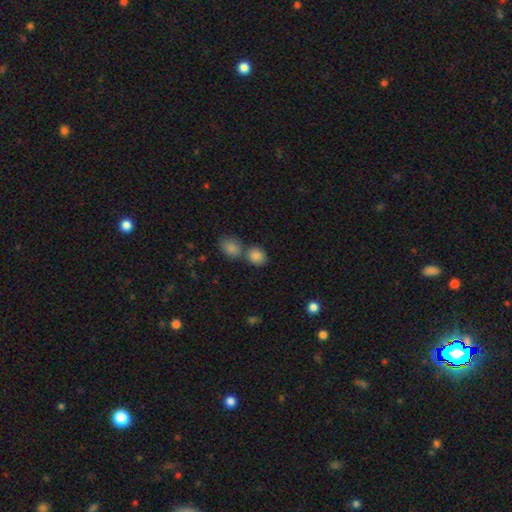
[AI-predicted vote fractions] Smooth or featured? Predicted: smooth (p=0.86). How rounded? Predicted: round (p=0.59). Merging? Predicted: none (p=0.50).